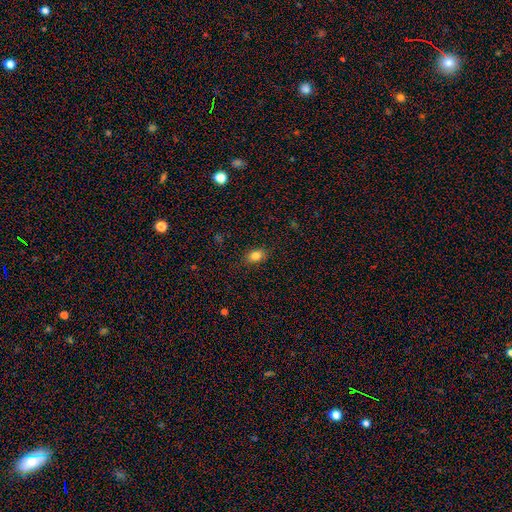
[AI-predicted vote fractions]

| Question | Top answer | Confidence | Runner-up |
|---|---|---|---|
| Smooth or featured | smooth | 82% | star or artifact (10%) |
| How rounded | in between | 78% | round (20%) |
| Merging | none | 87% | minor disturbance (10%) |